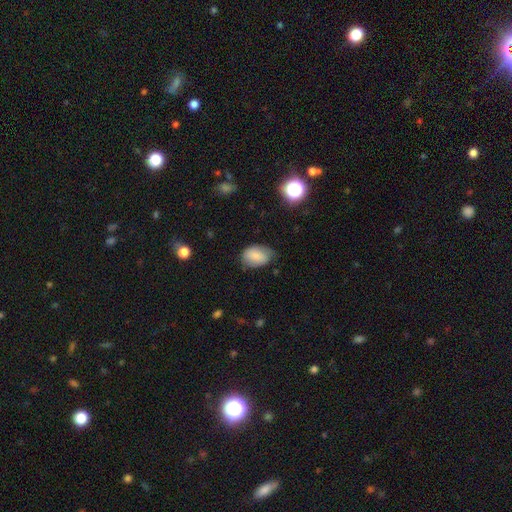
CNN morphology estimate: This is likely a smooth galaxy (80%). How rounded: clearly in between (84%). Merging: possibly none (58%).